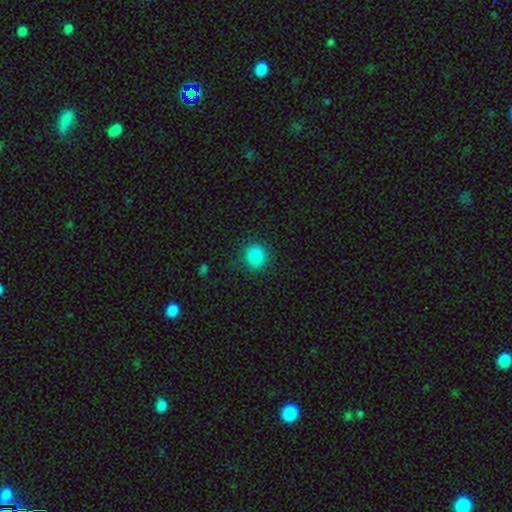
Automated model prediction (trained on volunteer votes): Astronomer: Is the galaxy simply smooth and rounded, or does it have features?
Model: smooth — 87%.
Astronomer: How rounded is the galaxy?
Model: round — 90%.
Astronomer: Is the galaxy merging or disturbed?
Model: none — 88%.